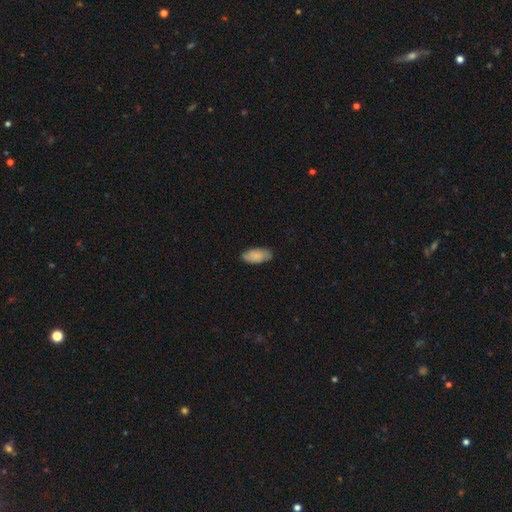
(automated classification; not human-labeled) A smooth galaxy with no disk features (80%) that is in between round and cigar-shaped (92%).

Vote fractions:
- Smooth or featured? smooth: 80% / featured or disk: 14% / star or artifact: 6%
- How rounded? in between: 92% / cigar-shaped: 6% / round: 2%
- Merging? none: 80% / minor disturbance: 16% / major disturbance: 3% / merger: 1%